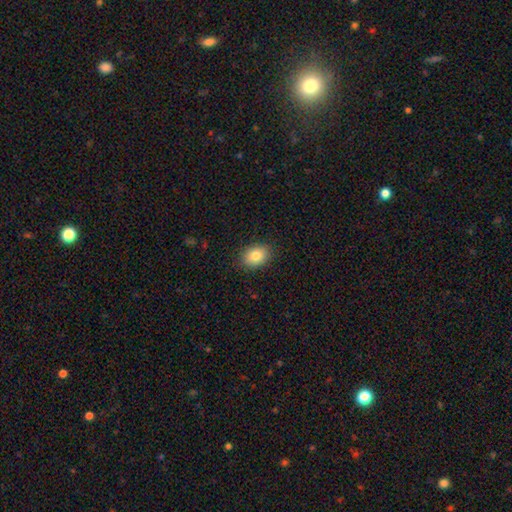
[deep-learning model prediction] This is clearly a smooth galaxy (83%). How rounded: likely in between (70%). Merging: clearly none (88%).